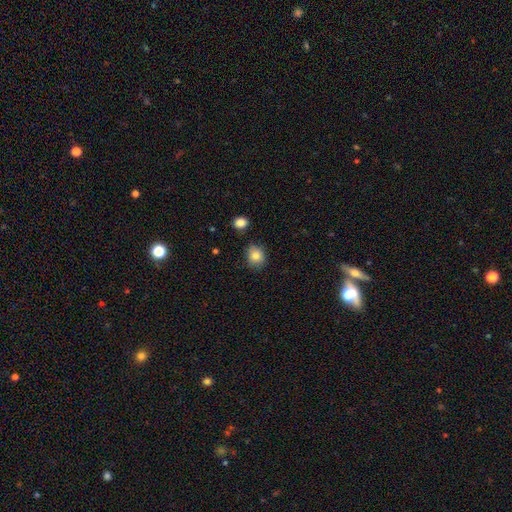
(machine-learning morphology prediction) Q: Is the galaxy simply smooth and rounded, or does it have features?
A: smooth — 81%.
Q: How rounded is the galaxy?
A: round — 71%.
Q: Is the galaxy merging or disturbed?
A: none — 79%.